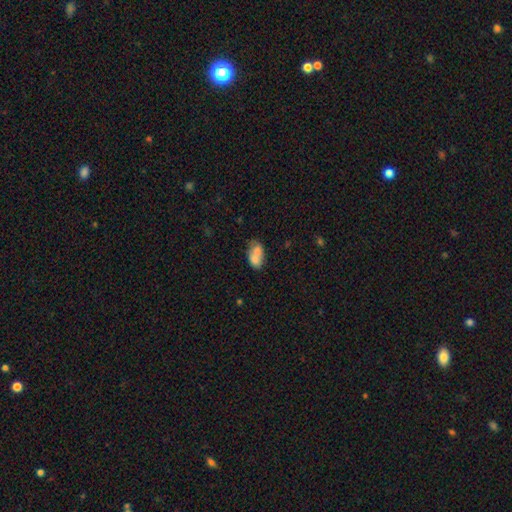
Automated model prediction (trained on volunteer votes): The model was most divided on "merging": merger: 44%, none: 32%, minor disturbance: 16%, major disturbance: 7%. More confident: how rounded — in between (86%); smooth or featured — smooth (70%).